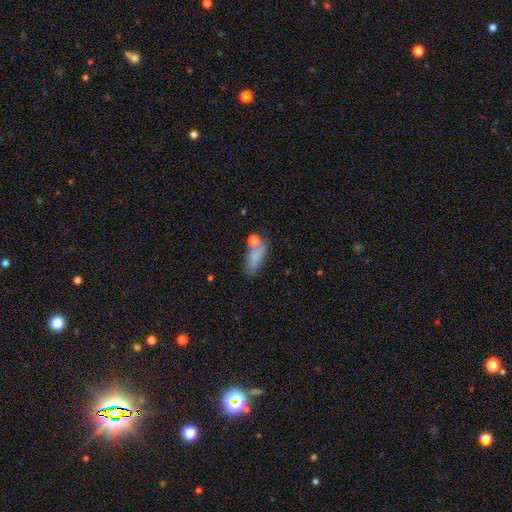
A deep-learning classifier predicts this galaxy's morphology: smooth_or_featured: smooth (p=0.77) [alt: featured or disk p=0.12]
how_rounded: in between (p=0.78) [alt: cigar-shaped p=0.16]
merging: none (p=0.52) [alt: minor disturbance p=0.22]